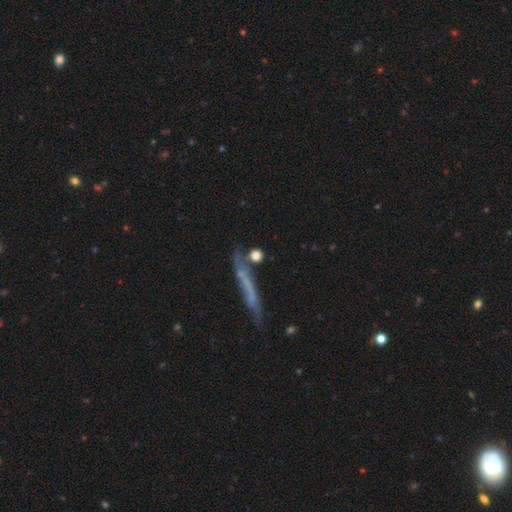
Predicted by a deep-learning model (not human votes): This is likely a smooth galaxy (73%). How rounded: likely round (76%). Merging: likely none (61%).